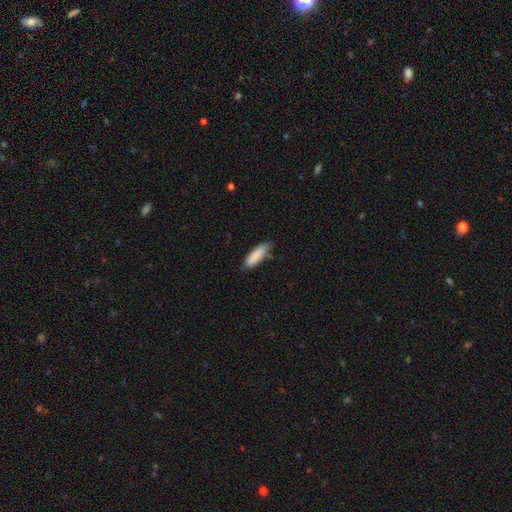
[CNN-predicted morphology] Overall: smooth (88%). How rounded: in between (51%; cigar-shaped 47%). Merging: none (77%).